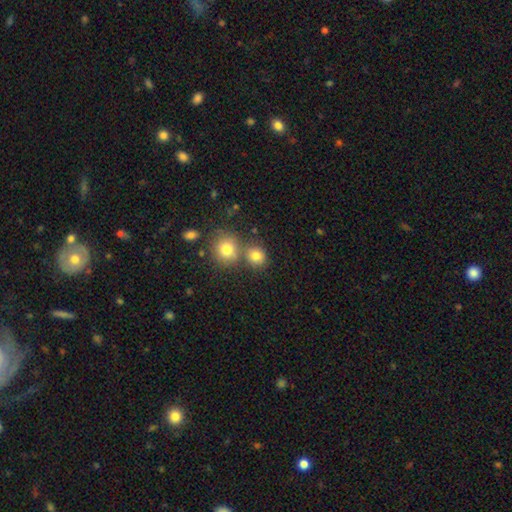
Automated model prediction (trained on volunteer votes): Smooth or featured? smooth (79%)
How rounded? round (80%)
Merging? none (60%)